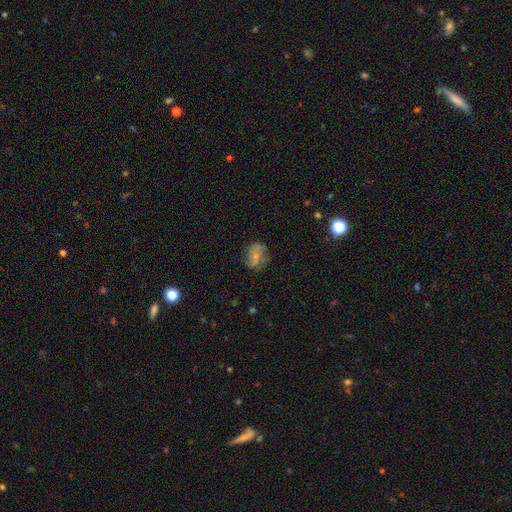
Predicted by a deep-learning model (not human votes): Smooth or featured: smooth — 47% (featured or disk — 43%)
Merging: none — 61% (minor disturbance — 24%)